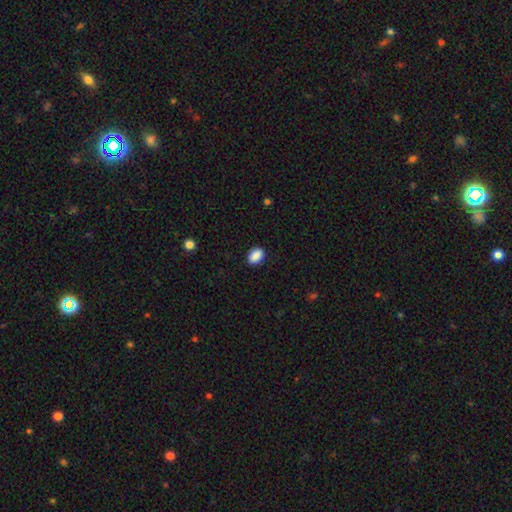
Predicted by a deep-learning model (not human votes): Q: Smooth or featured?
A: smooth (89%); runner-up: star or artifact (8%)
Q: How rounded?
A: in between (78%); runner-up: round (21%)
Q: Merging?
A: none (88%); runner-up: minor disturbance (9%)